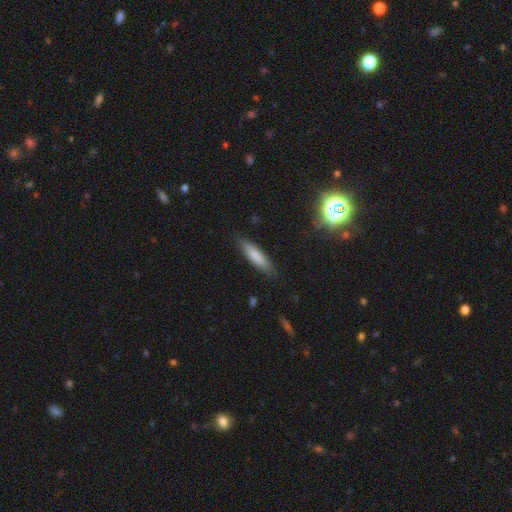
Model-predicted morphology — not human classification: This appears to be a smooth galaxy with no disk features (78%) that is cigar-shaped (76%). Merging: none (86%).